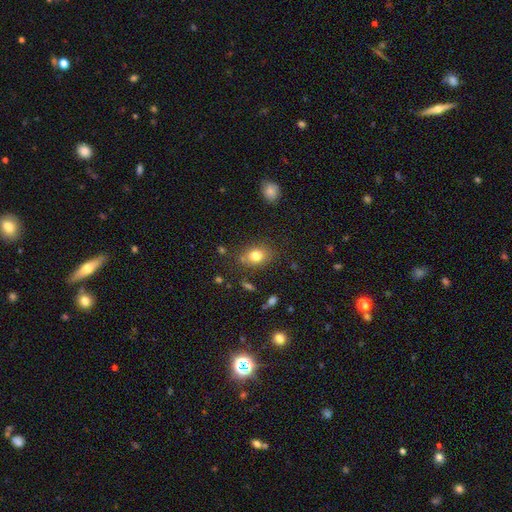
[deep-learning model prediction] This appears to be a smooth galaxy with no disk features (80%) that is in between round and cigar-shaped (64%). Merging: none (77%).